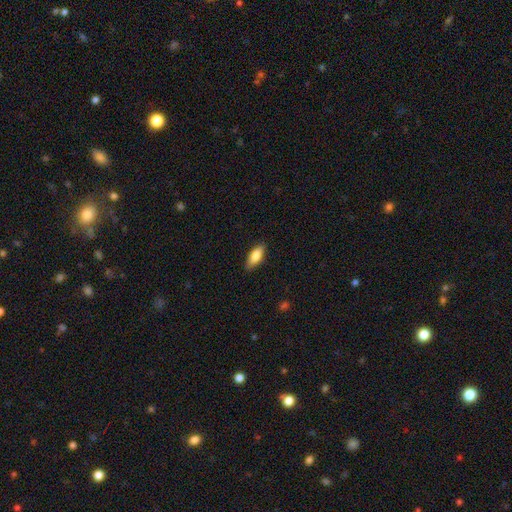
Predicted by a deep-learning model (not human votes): Smooth or featured: smooth — 76% (featured or disk — 17%)
How rounded: in between — 72% (cigar-shaped — 26%)
Merging: none — 85% (minor disturbance — 12%)